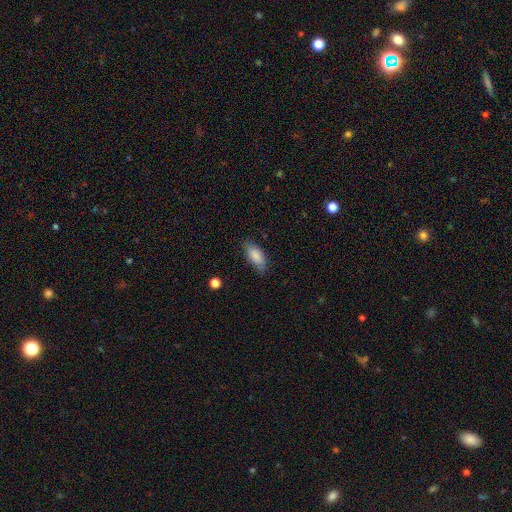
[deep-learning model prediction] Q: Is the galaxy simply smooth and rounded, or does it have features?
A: smooth — 86%.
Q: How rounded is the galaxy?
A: in between — 86%.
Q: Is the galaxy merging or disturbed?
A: none — 74%.